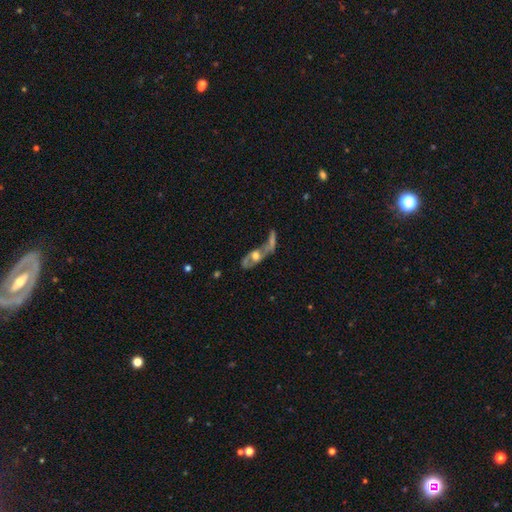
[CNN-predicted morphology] Smooth or featured? featured or disk (62%)
Edge-on disk? no (77%)
Merging? merger (45%)